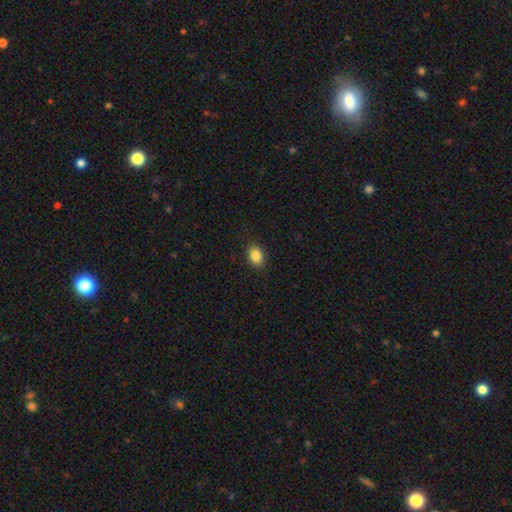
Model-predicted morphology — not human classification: smooth-or-featured: smooth: 86% | star or artifact: 9% | featured or disk: 5%
  how-rounded: in between: 73% | round: 26% | cigar-shaped: 1%
  merging: none: 90% | minor disturbance: 7% | major disturbance: 2% | merger: 1%